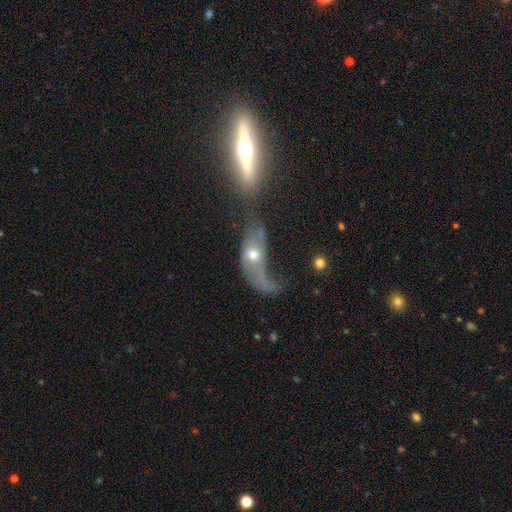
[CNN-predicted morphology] smooth_or_featured: featured or disk (p=0.64) [alt: smooth p=0.25]
disk_edge_on: no (p=0.73) [alt: yes p=0.27]
merging: major disturbance (p=0.38) [alt: merger p=0.31]